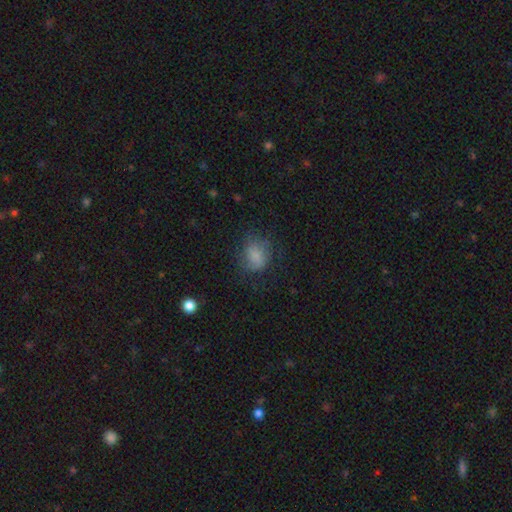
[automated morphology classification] The model was most divided on "how rounded": round: 53%, in between: 46%, cigar-shaped: 1%. More confident: smooth or featured — smooth (75%); merging — none (62%).